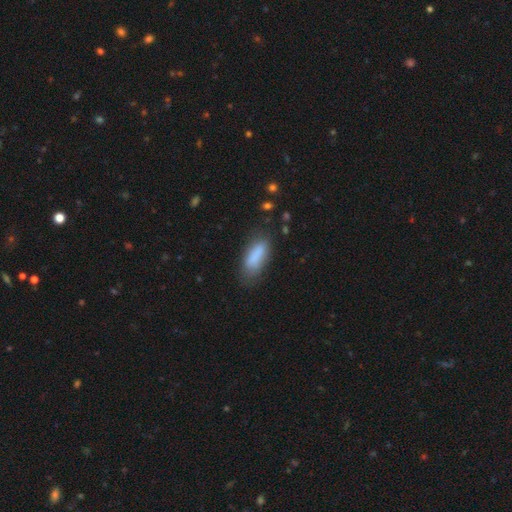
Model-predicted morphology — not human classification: type=smooth (83%); roundness=in between (71%); merging=none (67%).